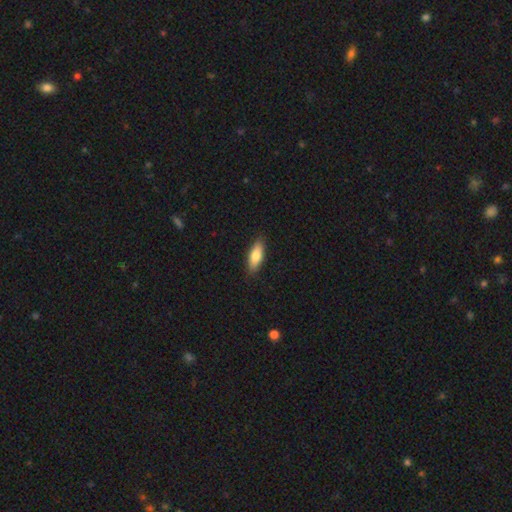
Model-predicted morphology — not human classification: Overall: smooth (78%). How rounded: in between (66%; cigar-shaped 32%). Merging: none (88%).